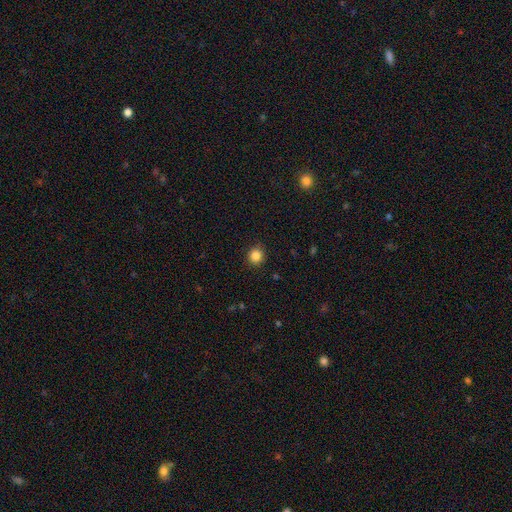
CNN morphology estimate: This is clearly a smooth galaxy (85%). How rounded: clearly round (88%). Merging: clearly none (90%).